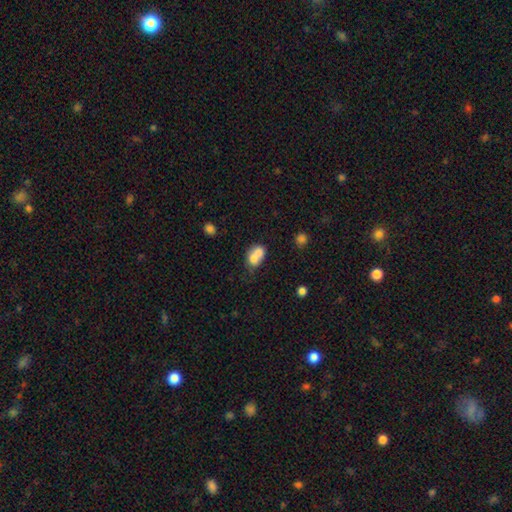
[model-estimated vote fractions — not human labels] smooth_or_featured: smooth (p=0.70) [alt: featured or disk p=0.20]
how_rounded: in between (p=0.57) [alt: round p=0.42]
merging: merger (p=0.67) [alt: none p=0.20]